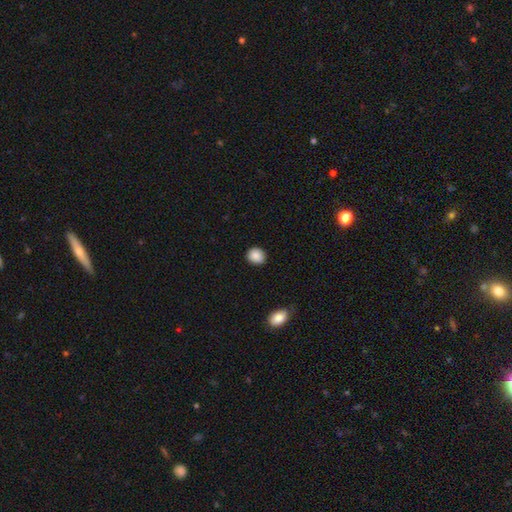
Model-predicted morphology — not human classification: A smooth galaxy with no disk features (88%) that is round (75%). Merging: none (89%).